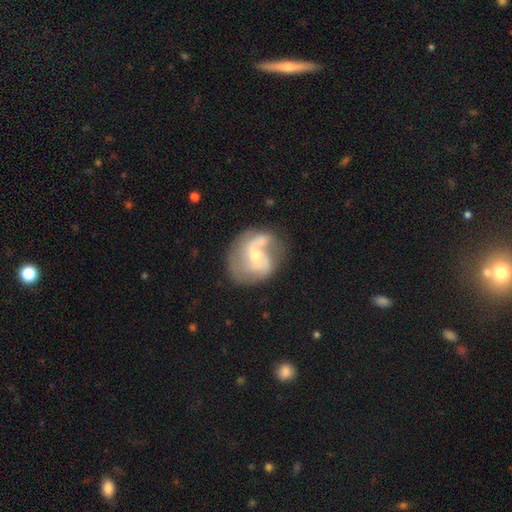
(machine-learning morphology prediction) Smooth or featured? featured or disk (78%)
Edge-on disk? no (98%)
Bar? no (47%)
Spiral arms? yes (89%)
Spiral winding? medium (44%)
Spiral arm count? 2 (57%)
Bulge size? small (58%)
Merging? none (50%)